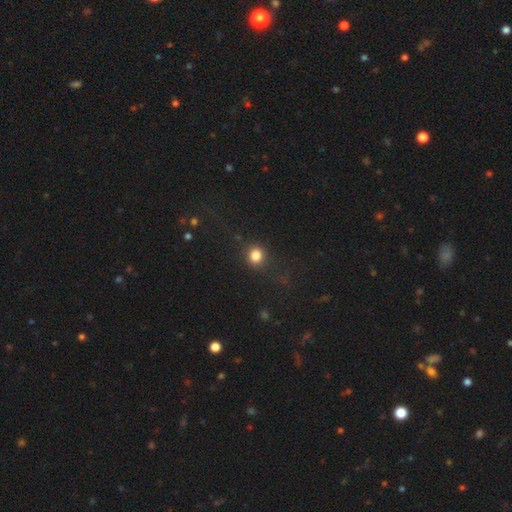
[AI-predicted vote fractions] Overall: smooth (84%). How rounded: round (83%). Merging: none (85%).